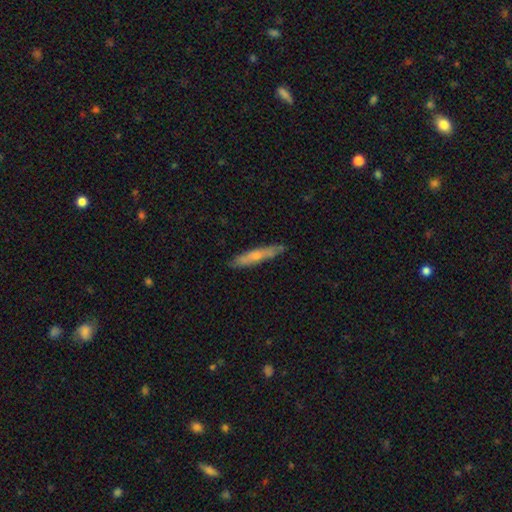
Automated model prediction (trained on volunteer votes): smooth_or_featured: smooth (p=0.54) [alt: featured or disk p=0.40]
how_rounded: cigar-shaped (p=0.90) [alt: in between p=0.08]
merging: none (p=0.82) [alt: minor disturbance p=0.14]